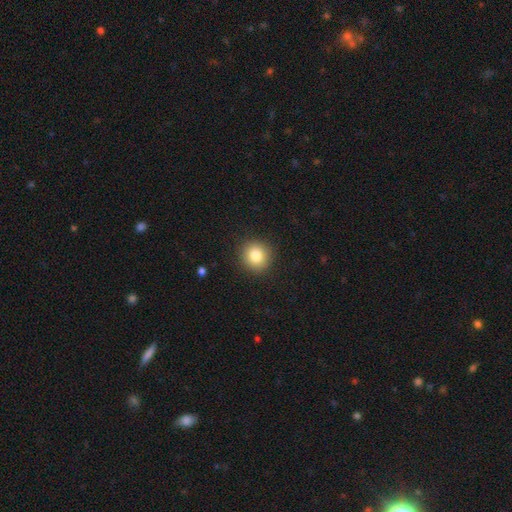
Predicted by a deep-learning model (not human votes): Smooth or featured?
  - smooth: 83% *
  - star or artifact: 10%
  - featured or disk: 7%
How rounded?
  - round: 90% *
  - in between: 9%
  - cigar-shaped: 1%
Merging?
  - none: 91% *
  - minor disturbance: 6%
  - major disturbance: 2%
  - merger: 1%